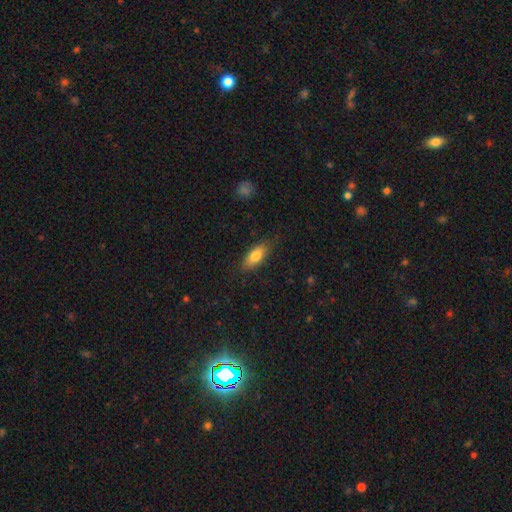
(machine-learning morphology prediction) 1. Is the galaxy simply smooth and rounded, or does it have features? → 79% smooth, 14% featured or disk, 7% star or artifact.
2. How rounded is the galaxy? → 79% in between, 19% cigar-shaped, 3% round.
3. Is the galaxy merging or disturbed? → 81% none, 14% minor disturbance, 3% major disturbance, 1% merger.